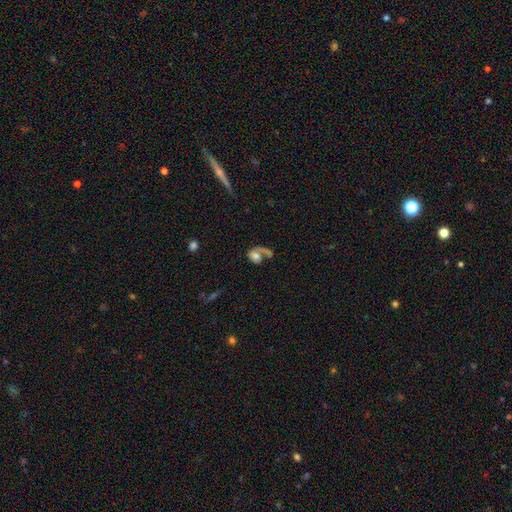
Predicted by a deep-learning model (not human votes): smooth_or_featured: featured or disk (p=0.50) [alt: smooth p=0.39]
disk_edge_on: no (p=0.96) [alt: yes p=0.04]
merging: major disturbance (p=0.36) [alt: none p=0.29]